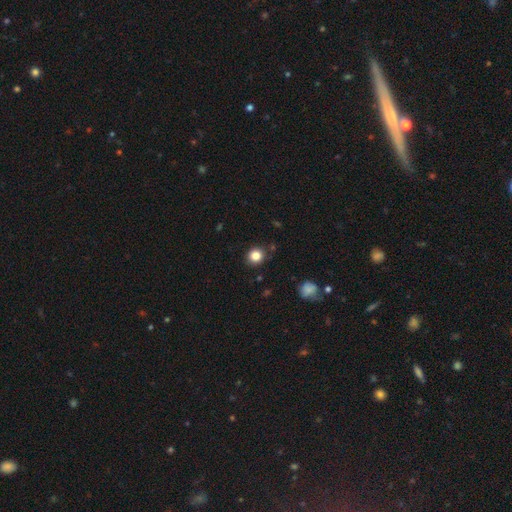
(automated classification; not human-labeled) Smooth or featured: smooth — 84% (star or artifact — 11%)
How rounded: round — 87% (in between — 12%)
Merging: none — 87% (minor disturbance — 9%)